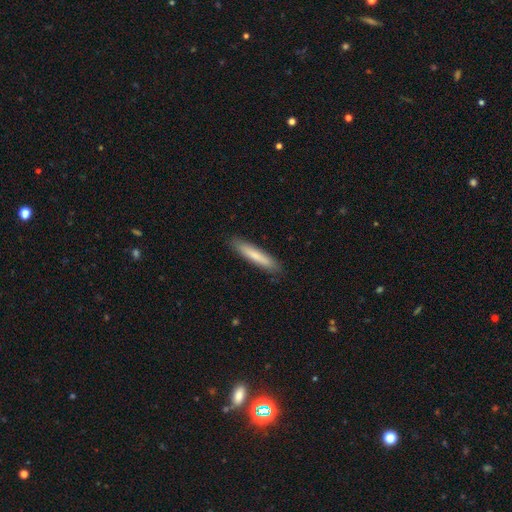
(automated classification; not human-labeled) A smooth galaxy with no disk features (75%) that is cigar-shaped (92%).

Vote fractions:
- Smooth or featured? smooth: 75% / featured or disk: 19% / star or artifact: 5%
- How rounded? cigar-shaped: 92% / in between: 7% / round: 1%
- Merging? none: 88% / minor disturbance: 9% / major disturbance: 2% / merger: 1%